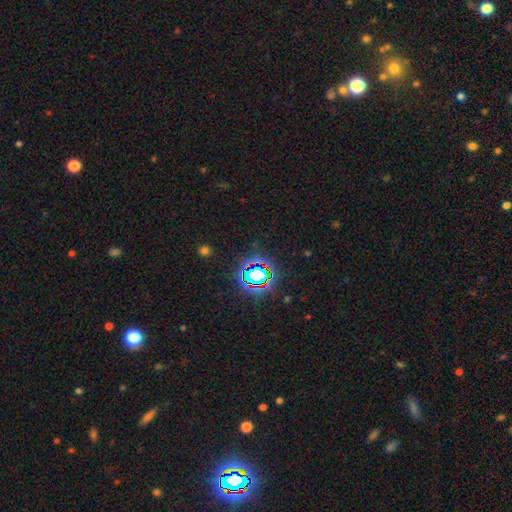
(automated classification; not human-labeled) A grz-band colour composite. It shows a star or artifact, not a galaxy (80%).